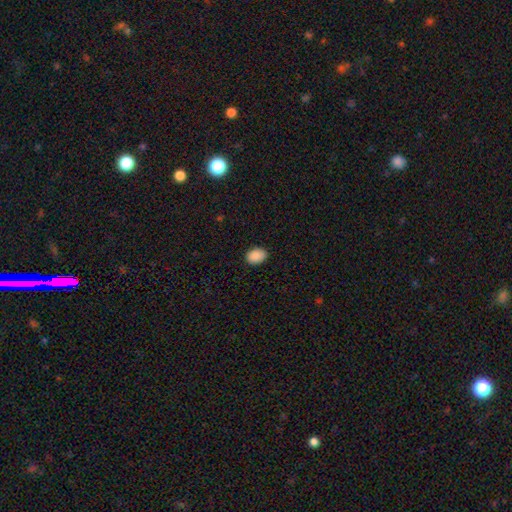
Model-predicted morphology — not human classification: Smooth or featured: smooth — 90% (star or artifact — 8%)
How rounded: in between — 77% (round — 22%)
Merging: none — 86% (minor disturbance — 11%)